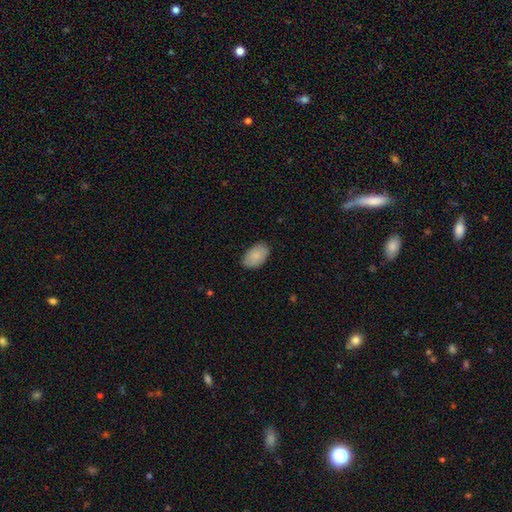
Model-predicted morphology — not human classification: Smooth or featured?
  - smooth: 86% *
  - featured or disk: 8%
  - star or artifact: 6%
How rounded?
  - in between: 93% *
  - round: 6%
  - cigar-shaped: 1%
Merging?
  - none: 83% *
  - minor disturbance: 14%
  - major disturbance: 2%
  - merger: 1%